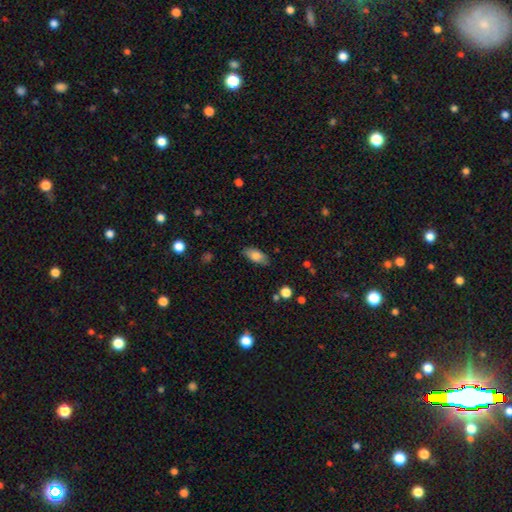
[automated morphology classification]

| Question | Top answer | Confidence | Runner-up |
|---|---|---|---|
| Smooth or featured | smooth | 80% | featured or disk (13%) |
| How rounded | in between | 87% | cigar-shaped (10%) |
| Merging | none | 82% | minor disturbance (13%) |